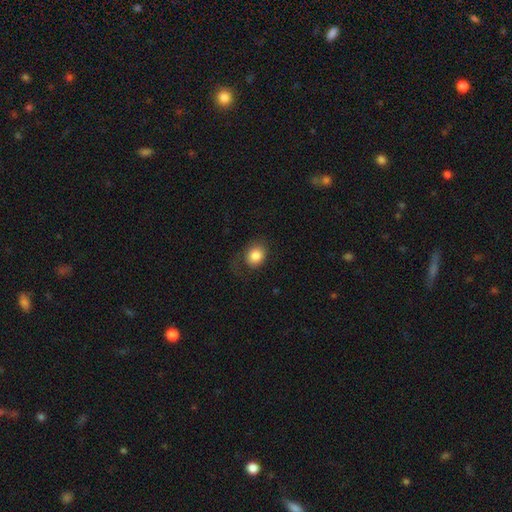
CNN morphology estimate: This is clearly a smooth galaxy (82%). How rounded: possibly round (53%). Merging: likely none (65%).